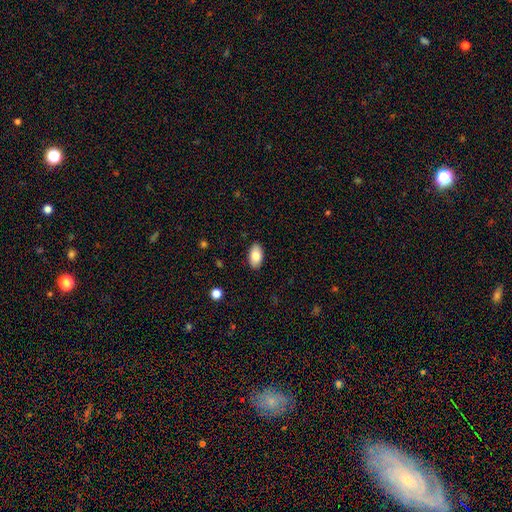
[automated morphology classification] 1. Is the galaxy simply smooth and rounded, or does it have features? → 84% smooth, 9% featured or disk, 7% star or artifact.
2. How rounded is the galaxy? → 94% in between, 3% round, 2% cigar-shaped.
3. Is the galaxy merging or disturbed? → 88% none, 9% minor disturbance, 2% major disturbance, 1% merger.